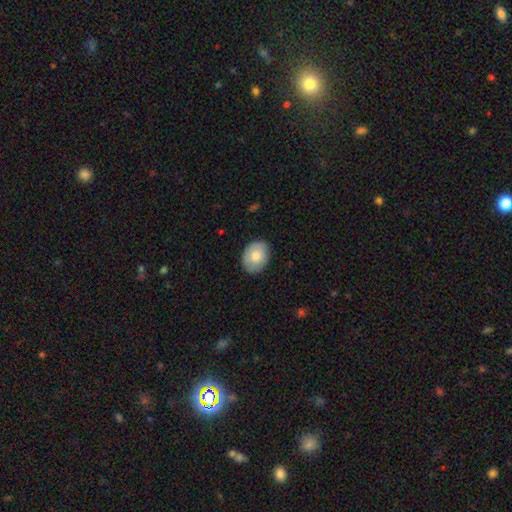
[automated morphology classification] Smooth or featured? Predicted: smooth (p=0.76). How rounded? Predicted: in between (p=0.62). Merging? Predicted: none (p=0.84).